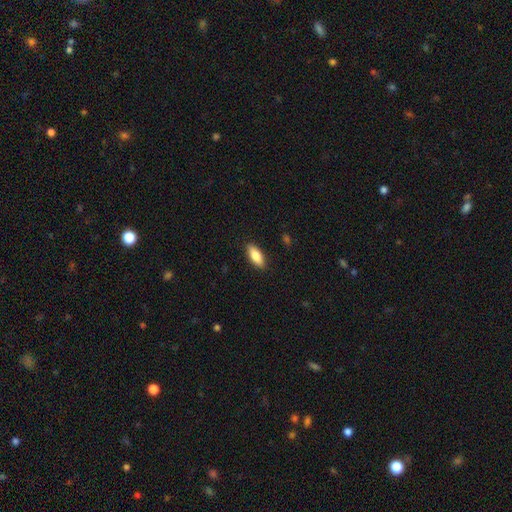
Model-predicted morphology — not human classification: Q: Smooth or featured?
A: smooth (84%); runner-up: featured or disk (10%)
Q: How rounded?
A: in between (82%); runner-up: cigar-shaped (16%)
Q: Merging?
A: none (89%); runner-up: minor disturbance (8%)